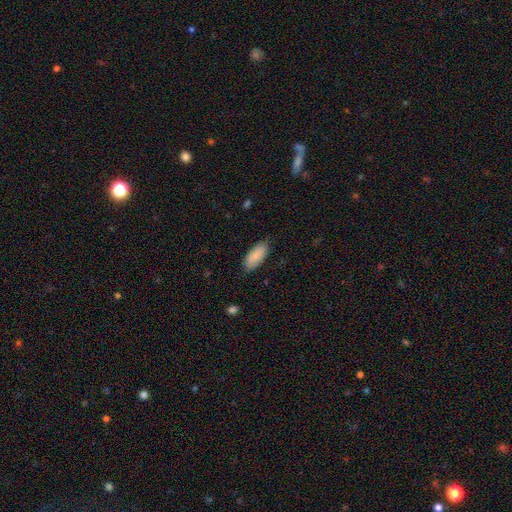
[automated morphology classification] smooth 89%, star or artifact 6%, featured or disk 6%. Down the decision tree: how rounded — in between (86%); merging — none (82%).